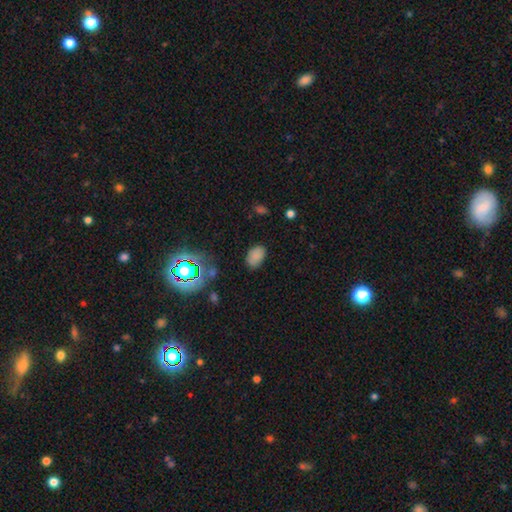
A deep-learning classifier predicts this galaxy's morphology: Smooth or featured?
  - smooth: 79% *
  - star or artifact: 15%
  - featured or disk: 7%
How rounded?
  - in between: 88% *
  - round: 11%
  - cigar-shaped: 1%
Merging?
  - none: 78% *
  - minor disturbance: 16%
  - major disturbance: 4%
  - merger: 2%